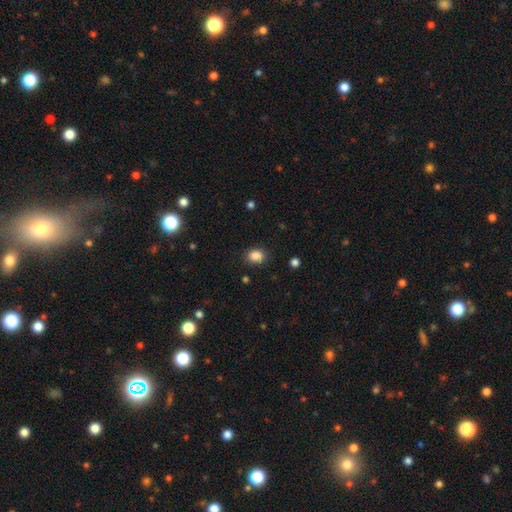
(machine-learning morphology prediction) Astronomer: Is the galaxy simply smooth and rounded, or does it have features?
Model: smooth — 86%.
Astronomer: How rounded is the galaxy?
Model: in between — 54% (runner-up: round, 45%).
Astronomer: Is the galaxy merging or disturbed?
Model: none — 84%.